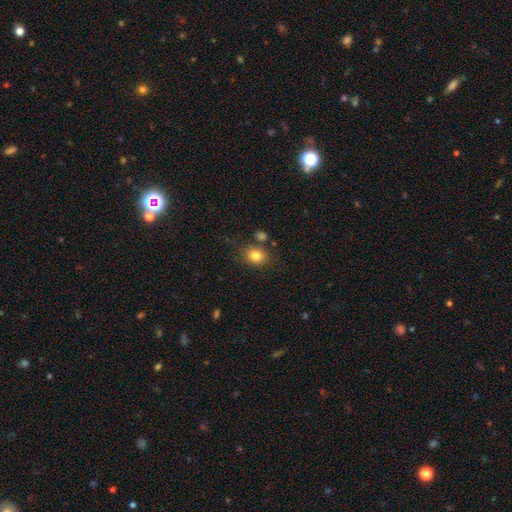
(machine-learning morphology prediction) smooth_or_featured: smooth (p=0.82) [alt: star or artifact p=0.11]
how_rounded: round (p=0.60) [alt: in between p=0.39]
merging: none (p=0.74) [alt: minor disturbance p=0.13]